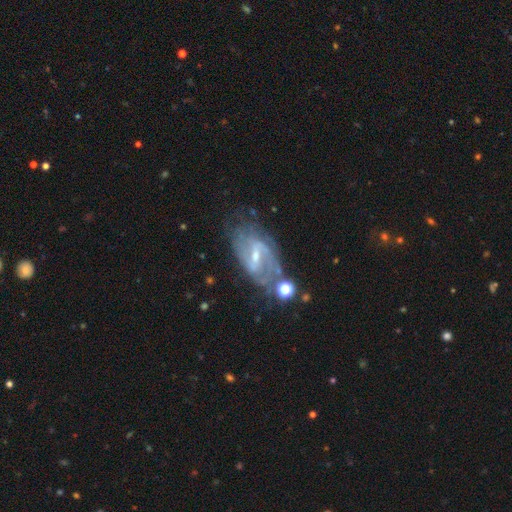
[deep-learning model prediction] A featured or disk galaxy (84%) with a weak bar (46%), 2 (67%) medium (45%) spiral arms (91%) and a small central bulge (61%).

Vote fractions:
- Smooth or featured? featured or disk: 84% / smooth: 9% / star or artifact: 7%
- Edge-on disk? no: 94% / yes: 6%
- Bar? weak: 46% / strong: 43% / no: 11%
- Spiral arms? yes: 91% / no: 9%
- Spiral winding? medium: 45% / tight: 31% / loose: 24%
- Spiral arm count? 2: 67% / can't tell: 19% / 3: 6% / 1: 4% / 4: 2% / more than 4: 2%
- Bulge size? small: 61% / moderate: 33% / none: 4% / large: 2% / dominant: 1%
- Merging? none: 61% / minor disturbance: 21% / major disturbance: 11% / merger: 7%